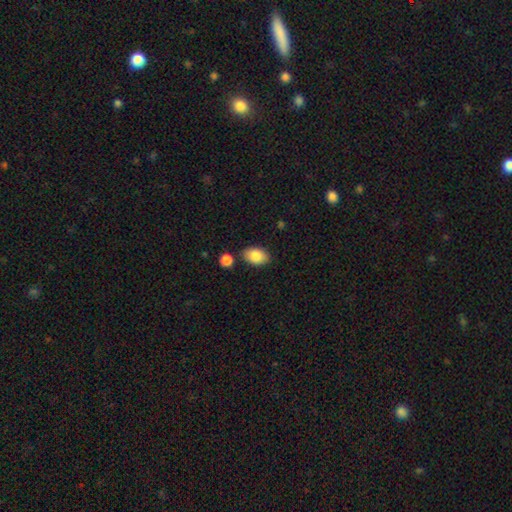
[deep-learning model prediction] smooth_or_featured: smooth (p=0.86) [alt: featured or disk p=0.08]
how_rounded: in between (p=0.89) [alt: round p=0.09]
merging: none (p=0.81) [alt: minor disturbance p=0.11]